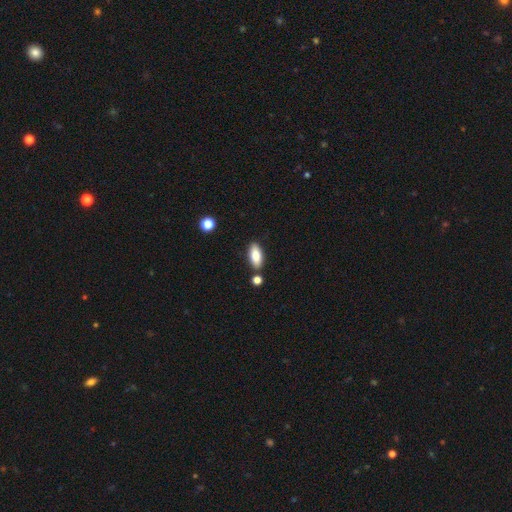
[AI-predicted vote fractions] This is clearly a smooth galaxy (83%). How rounded: clearly in between (86%). Merging: clearly none (82%).